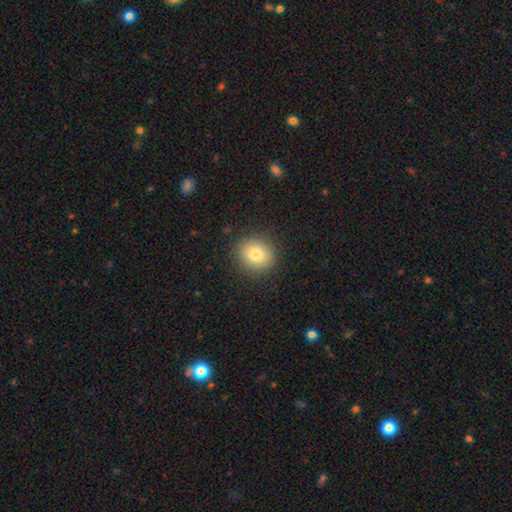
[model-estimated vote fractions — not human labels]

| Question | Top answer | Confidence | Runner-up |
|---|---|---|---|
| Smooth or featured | smooth | 79% | star or artifact (11%) |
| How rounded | round | 82% | in between (17%) |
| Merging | none | 89% | minor disturbance (8%) |